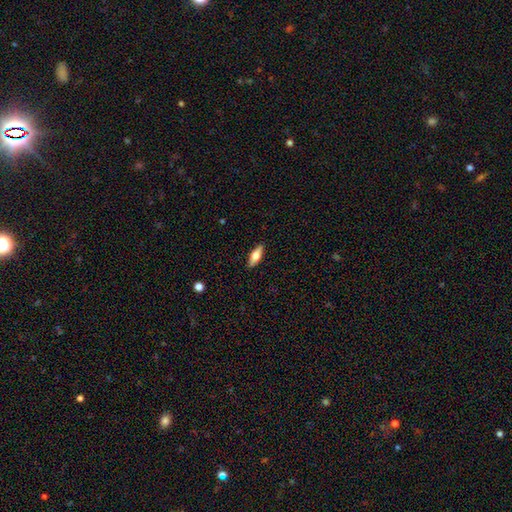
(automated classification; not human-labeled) smooth 59%, featured or disk 35%, star or artifact 6%. Down the decision tree: how rounded — in between (65%); merging — none (89%).